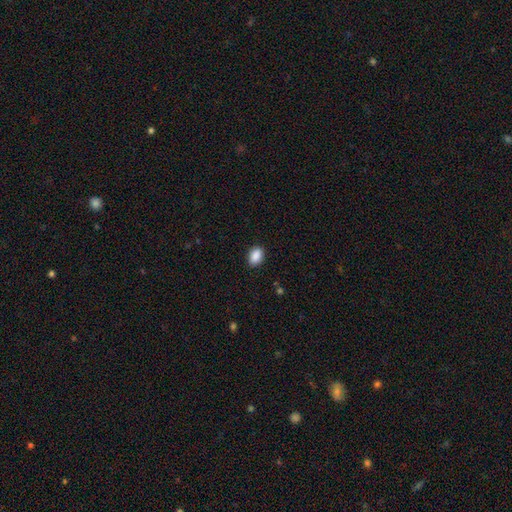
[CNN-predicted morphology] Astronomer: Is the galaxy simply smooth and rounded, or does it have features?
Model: smooth — 89%.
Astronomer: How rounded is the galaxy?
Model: in between — 85%.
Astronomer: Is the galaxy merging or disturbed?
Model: none — 87%.